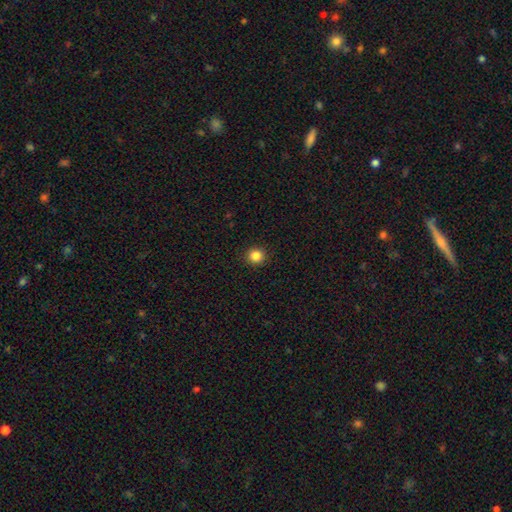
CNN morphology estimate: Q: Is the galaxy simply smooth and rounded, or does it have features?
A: smooth — 85%.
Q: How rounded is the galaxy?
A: round — 94%.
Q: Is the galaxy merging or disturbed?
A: none — 92%.